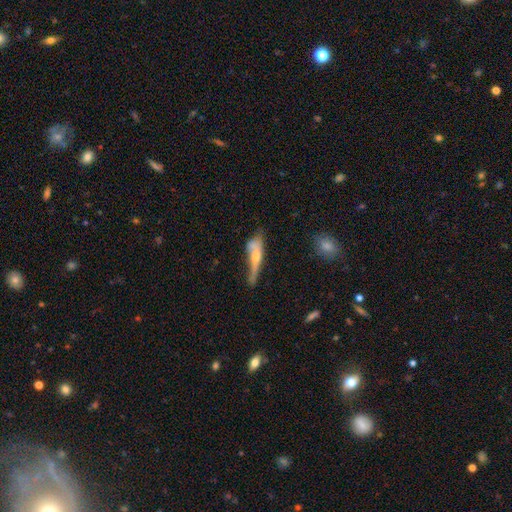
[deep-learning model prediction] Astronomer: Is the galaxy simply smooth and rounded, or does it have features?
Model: featured or disk — 51% (runner-up: smooth, 42%).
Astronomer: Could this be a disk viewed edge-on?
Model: yes — 66%.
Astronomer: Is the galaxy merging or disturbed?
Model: none — 30%, tied with minor disturbance and major disturbance at 30%.